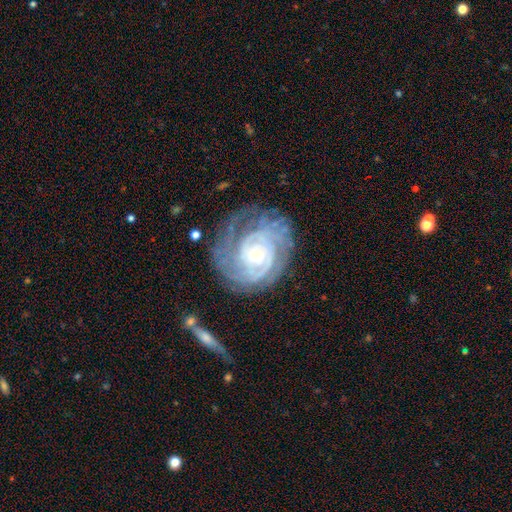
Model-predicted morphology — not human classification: smooth-or-featured: featured or disk: 87% | smooth: 7% | star or artifact: 6%
  disk-edge-on: no: 97% | yes: 3%
    bar: no: 74% | weak: 19% | strong: 6%
    has-spiral-arms: yes: 96% | no: 4%
      spiral-winding: tight: 79% | medium: 18% | loose: 4%
      spiral-arm-count: can't tell: 31% | 2: 20% | 3: 19% | 4: 15% | more than 4: 8% | 1: 6%
    bulge-size: small: 71% | moderate: 24% | large: 2% | none: 1% | dominant: 1%
  merging: none: 69% | minor disturbance: 18% | major disturbance: 10% | merger: 3%